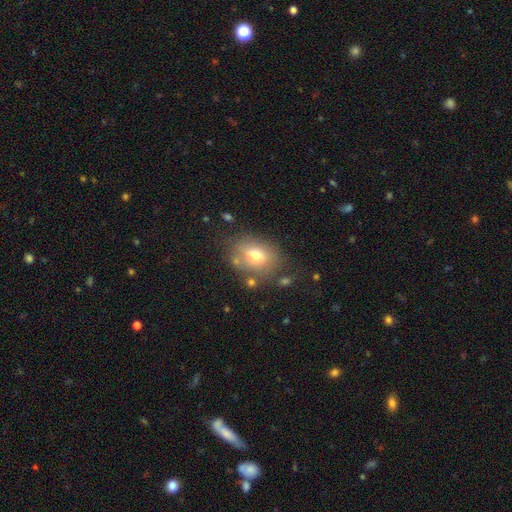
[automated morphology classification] The model was most divided on "how rounded": in between: 67%, round: 31%, cigar-shaped: 2%. More confident: merging — none (69%); smooth or featured — smooth (68%).